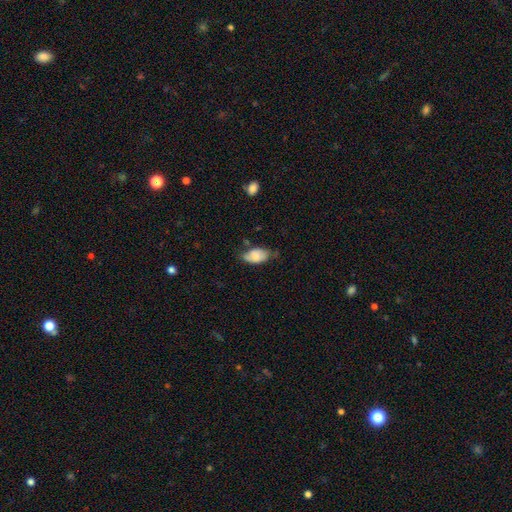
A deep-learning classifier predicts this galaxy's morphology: Q: Smooth or featured?
A: smooth (73%); runner-up: featured or disk (20%)
Q: How rounded?
A: in between (93%); runner-up: round (4%)
Q: Merging?
A: none (57%); runner-up: minor disturbance (32%)